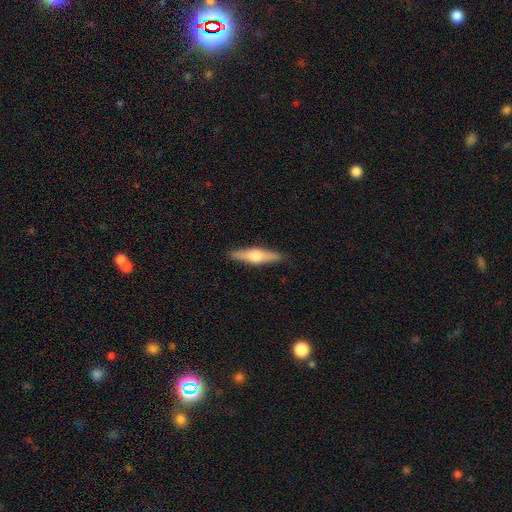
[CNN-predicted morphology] A featured or disk galaxy (55%) viewed edge-on (95%) with a rounded central bulge (93%).

Vote fractions:
- Smooth or featured? featured or disk: 55% / smooth: 40% / star or artifact: 5%
- Edge-on disk? yes: 95% / no: 5%
- Edge-on bulge? rounded: 93% / boxy: 4% / none: 3%
- Merging? none: 88% / minor disturbance: 9% / major disturbance: 2% / merger: 1%